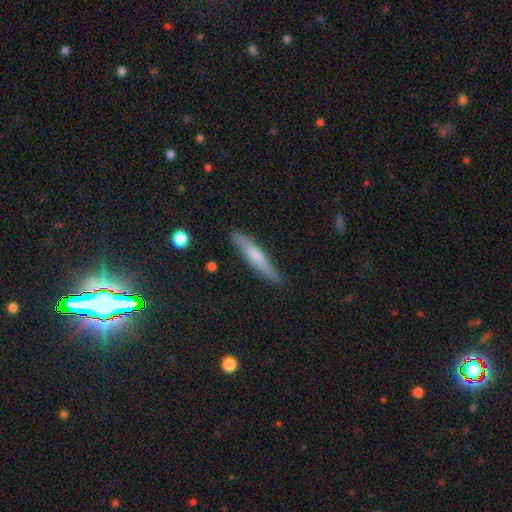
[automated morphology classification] The model was most divided on "smooth or featured": smooth: 60%, featured or disk: 34%, star or artifact: 7%. More confident: how rounded — cigar-shaped (92%); merging — none (85%).